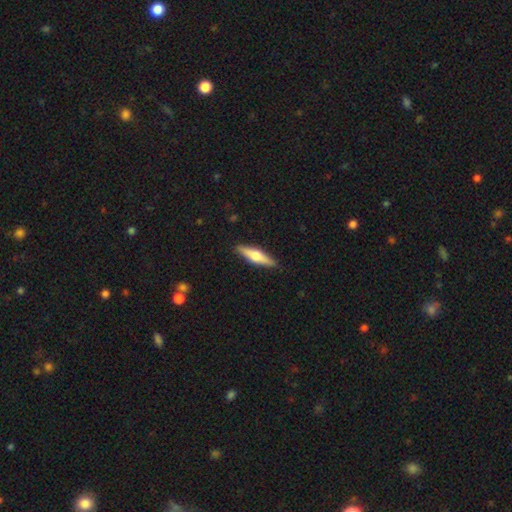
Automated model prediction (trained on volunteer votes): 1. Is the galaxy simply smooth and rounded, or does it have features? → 51% featured or disk, 44% smooth, 5% star or artifact.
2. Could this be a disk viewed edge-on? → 95% yes, 5% no.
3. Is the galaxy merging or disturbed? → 90% none, 7% minor disturbance, 2% major disturbance, 1% merger.